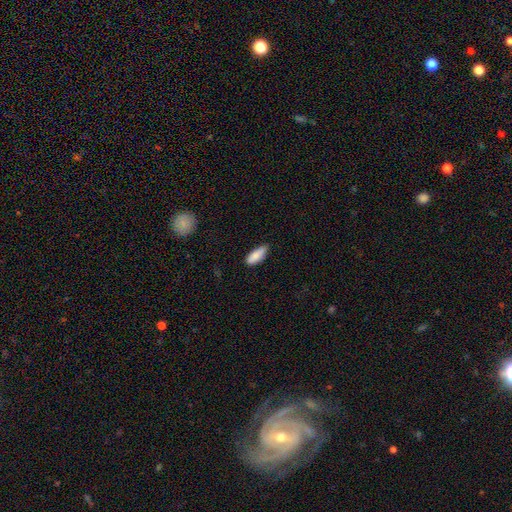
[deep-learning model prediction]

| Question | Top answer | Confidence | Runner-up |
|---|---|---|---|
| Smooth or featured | smooth | 83% | featured or disk (11%) |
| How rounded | in between | 72% | cigar-shaped (26%) |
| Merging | none | 69% | minor disturbance (25%) |